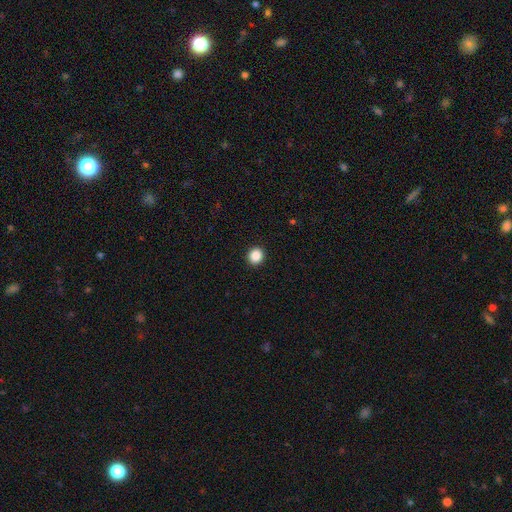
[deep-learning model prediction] A smooth galaxy with no disk features (88%) that is round (85%).

Vote fractions:
- Smooth or featured? smooth: 88% / star or artifact: 10% / featured or disk: 3%
- How rounded? round: 85% / in between: 14% / cigar-shaped: 1%
- Merging? none: 93% / minor disturbance: 5% / major disturbance: 2% / merger: 1%